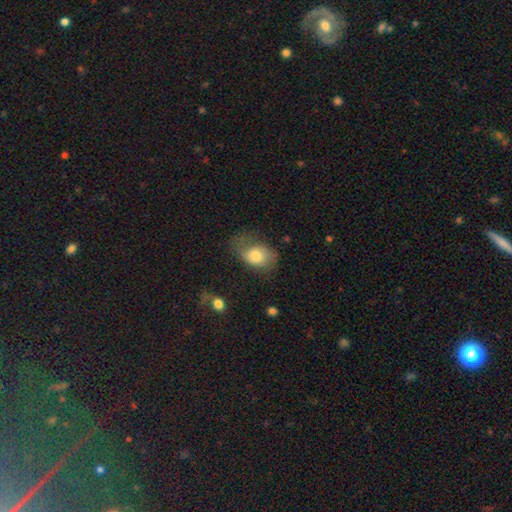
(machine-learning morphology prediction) A smooth galaxy with no disk features (67%) that is in between round and cigar-shaped (71%).

Vote fractions:
- Smooth or featured? smooth: 67% / featured or disk: 25% / star or artifact: 8%
- How rounded? in between: 71% / round: 28% / cigar-shaped: 1%
- Merging? none: 41% / minor disturbance: 29% / major disturbance: 27% / merger: 3%